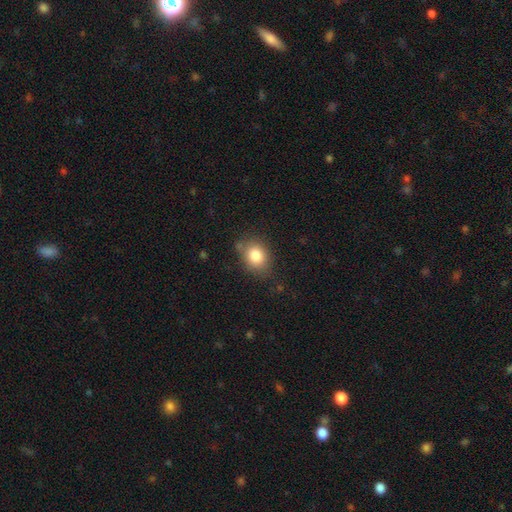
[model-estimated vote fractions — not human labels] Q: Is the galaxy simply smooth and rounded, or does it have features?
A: smooth — 84%.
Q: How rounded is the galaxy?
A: in between — 56%.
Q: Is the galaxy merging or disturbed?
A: none — 74%.